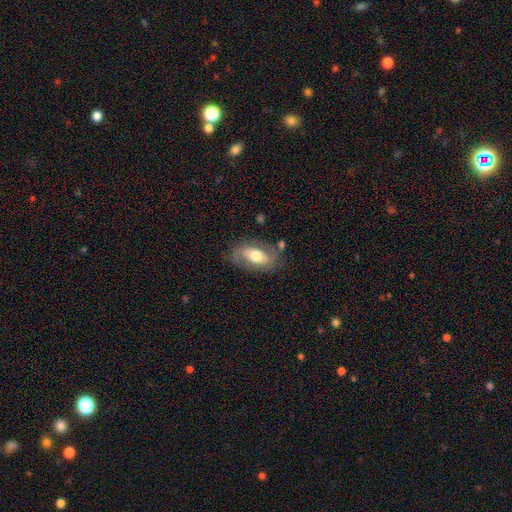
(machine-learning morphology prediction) Smooth or featured? featured or disk (55%)
Edge-on disk? no (90%)
Merging? none (70%)